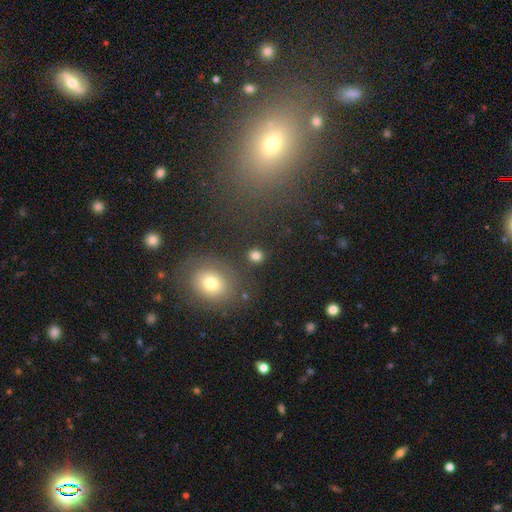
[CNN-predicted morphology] A smooth galaxy with no disk features (82%) that is round (80%).

Vote fractions:
- Smooth or featured? smooth: 82% / star or artifact: 12% / featured or disk: 6%
- How rounded? round: 80% / in between: 19% / cigar-shaped: 1%
- Merging? none: 84% / minor disturbance: 8% / merger: 5% / major disturbance: 3%